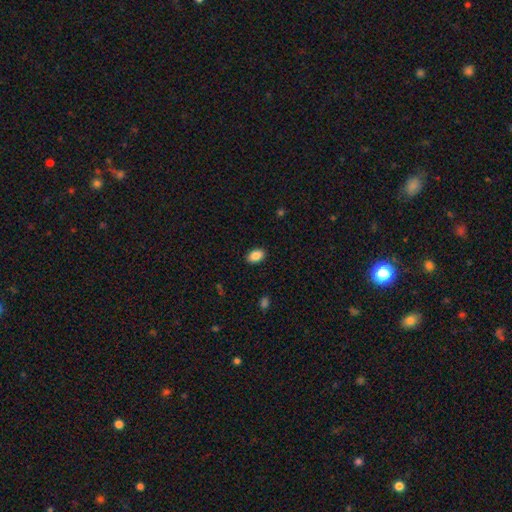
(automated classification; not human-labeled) A smooth galaxy with no disk features (88%) that is in between round and cigar-shaped (90%). Merging: none (89%).